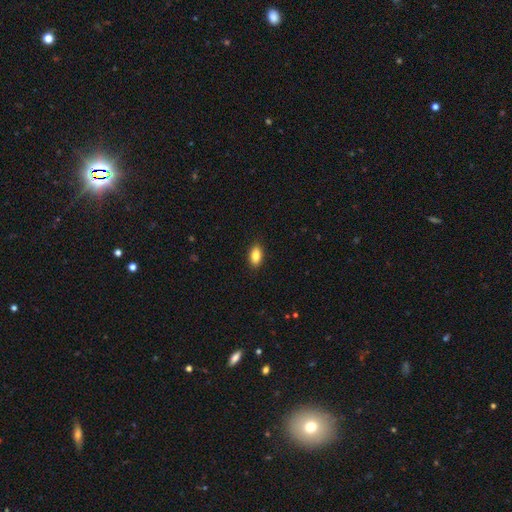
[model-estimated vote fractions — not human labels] Smooth or featured: smooth — 86% (star or artifact — 8%)
How rounded: in between — 90% (round — 6%)
Merging: none — 89% (minor disturbance — 8%)